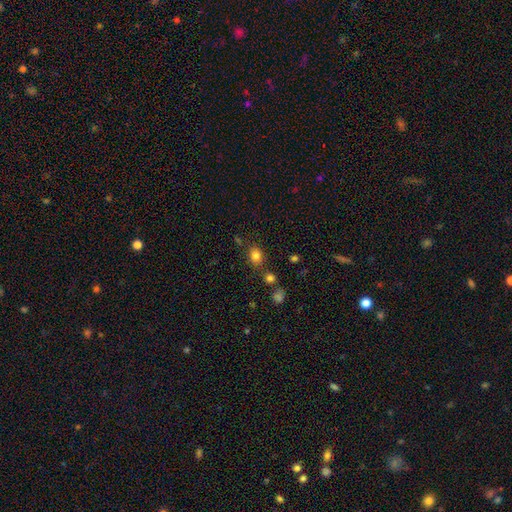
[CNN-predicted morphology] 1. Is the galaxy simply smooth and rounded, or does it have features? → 81% smooth, 13% star or artifact, 6% featured or disk.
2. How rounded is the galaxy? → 56% round, 43% in between, 1% cigar-shaped.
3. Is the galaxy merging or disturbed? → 77% none, 12% minor disturbance, 7% merger, 4% major disturbance.